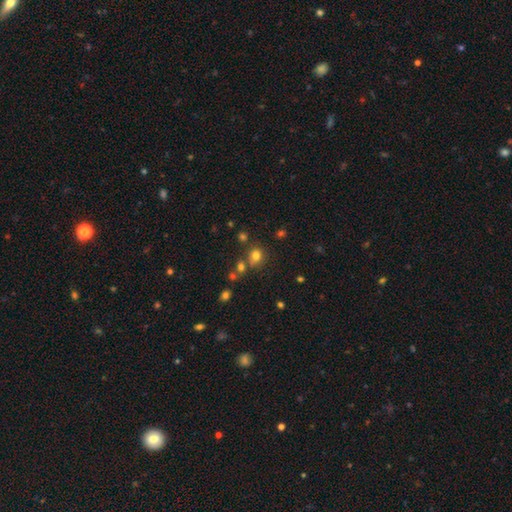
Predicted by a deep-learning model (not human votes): Q: Smooth or featured?
A: smooth (72%); runner-up: star or artifact (19%)
Q: How rounded?
A: round (76%); runner-up: in between (23%)
Q: Merging?
A: none (66%); runner-up: merger (18%)